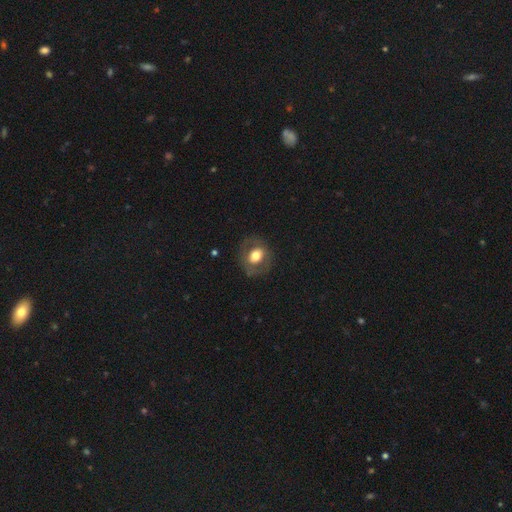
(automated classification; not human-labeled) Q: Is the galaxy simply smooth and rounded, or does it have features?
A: smooth — 54%.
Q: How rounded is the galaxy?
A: round — 57%.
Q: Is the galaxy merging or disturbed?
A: none — 76%.